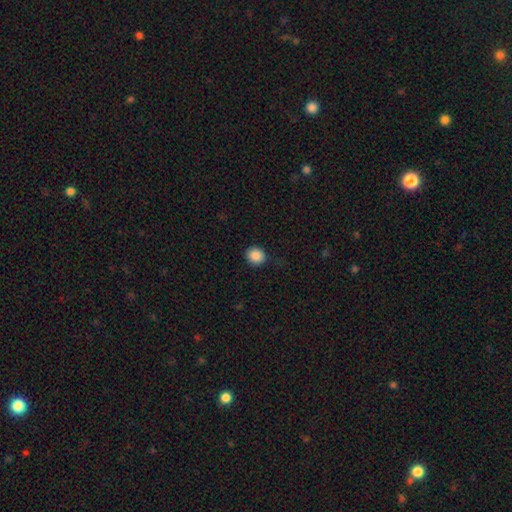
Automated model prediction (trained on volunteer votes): Smooth or featured? smooth (88%)
How rounded? round (80%)
Merging? none (89%)